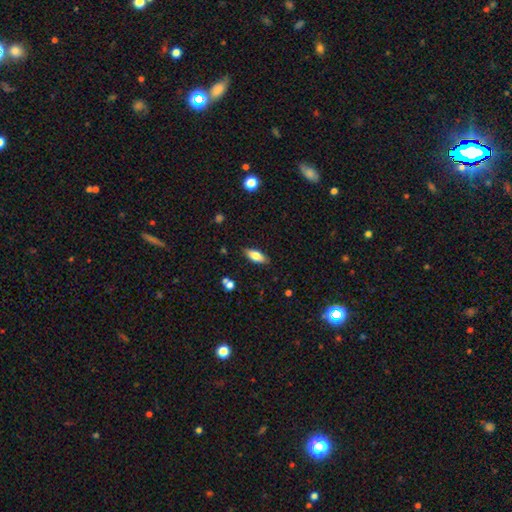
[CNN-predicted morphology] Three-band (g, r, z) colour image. It shows a smooth galaxy with no disk features (76%) that is in between round and cigar-shaped (81%). Merging: none (86%).